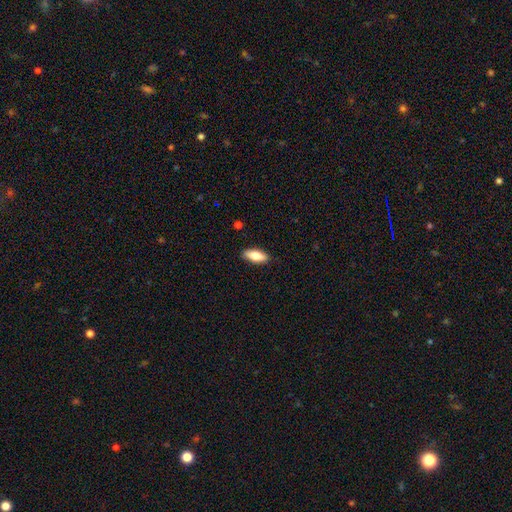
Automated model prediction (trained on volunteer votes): A smooth galaxy with no disk features (77%) that is in between round and cigar-shaped (77%). Merging: none (88%).